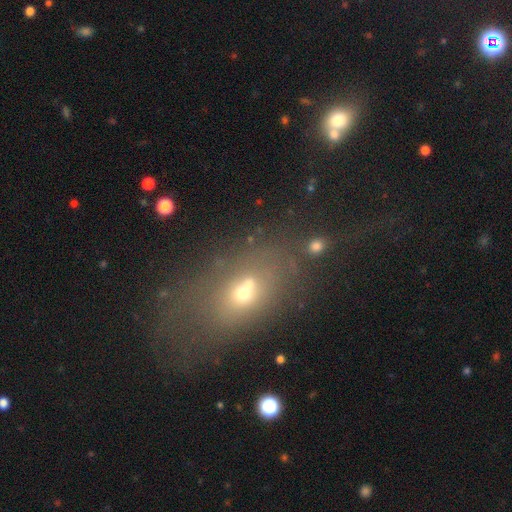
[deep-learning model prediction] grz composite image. It shows a smooth galaxy with no disk features (54%) that is in between round and cigar-shaped (75%). Merging: none (56%).